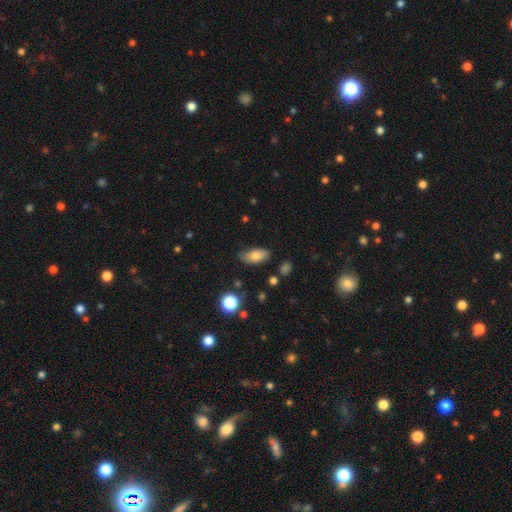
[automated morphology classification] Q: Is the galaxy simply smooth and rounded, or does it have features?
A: smooth — 78%.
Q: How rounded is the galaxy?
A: in between — 89%.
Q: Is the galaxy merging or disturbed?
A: none — 75%.